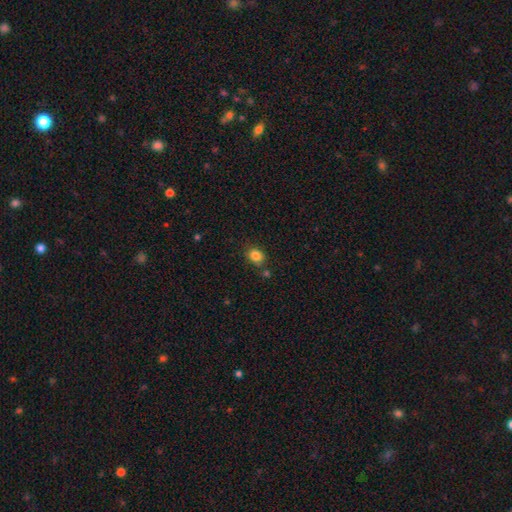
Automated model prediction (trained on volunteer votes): Smooth or featured: smooth — 84% (star or artifact — 11%)
How rounded: round — 55% (in between — 44%)
Merging: none — 75% (minor disturbance — 14%)